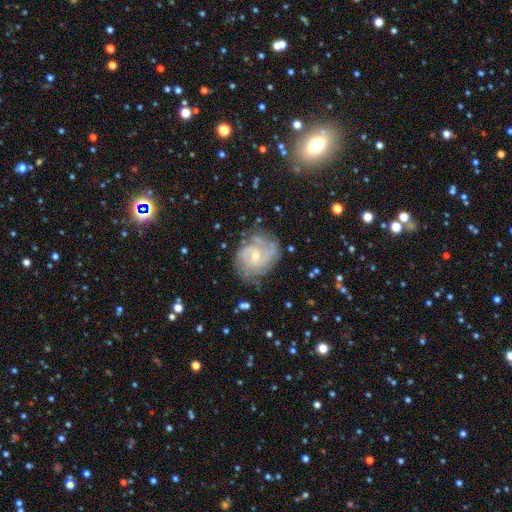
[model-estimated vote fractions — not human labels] Smooth or featured? Predicted: featured or disk (p=0.80). Edge-on disk? Predicted: no (p=0.98). Bar? Predicted: no (p=0.59). Spiral arms? Predicted: yes (p=0.91). Spiral winding? Predicted: tight (p=0.59). Spiral arm count? Predicted: 2 (p=0.38). Bulge size? Predicted: small (p=0.57). Merging? Predicted: none (p=0.66).